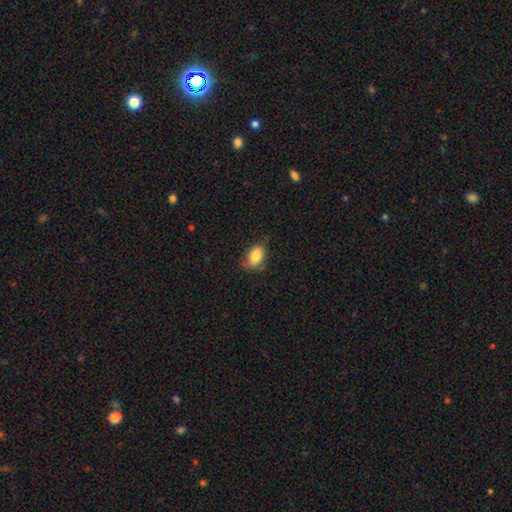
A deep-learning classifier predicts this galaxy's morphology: Smooth or featured? Predicted: smooth (p=0.82). How rounded? Predicted: in between (p=0.86). Merging? Predicted: none (p=0.68).